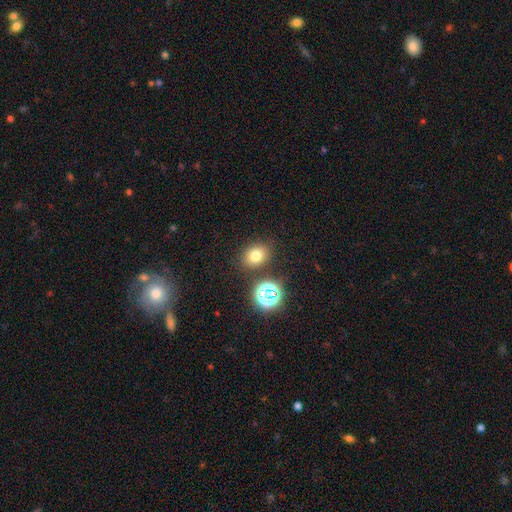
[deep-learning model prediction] smooth_or_featured: smooth (p=0.72) [alt: star or artifact p=0.19]
how_rounded: round (p=0.49) [tied with: in between p=0.49]
merging: none (p=0.82) [alt: minor disturbance p=0.09]